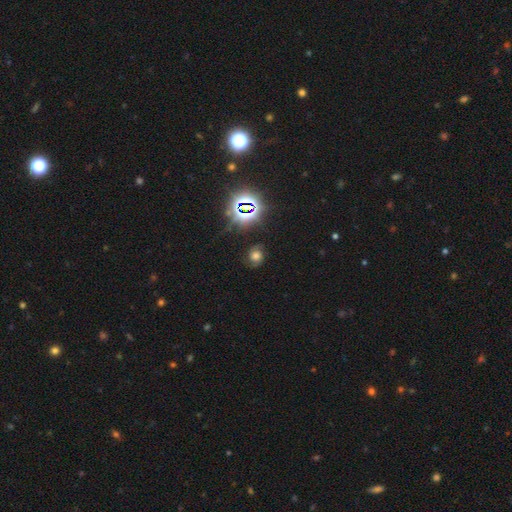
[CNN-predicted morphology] smooth_or_featured: featured or disk (p=0.36) [alt: smooth p=0.34]
merging: none (p=0.72) [alt: minor disturbance p=0.18]